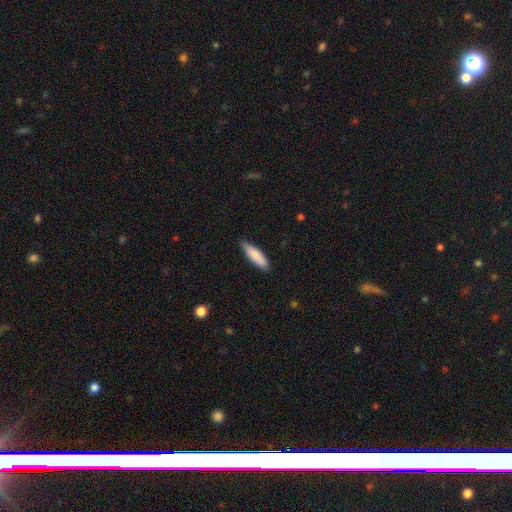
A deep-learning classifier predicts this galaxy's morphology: The model was most divided on "how rounded": cigar-shaped: 65%, in between: 34%, round: 1%. More confident: merging — none (84%); smooth or featured — smooth (81%).